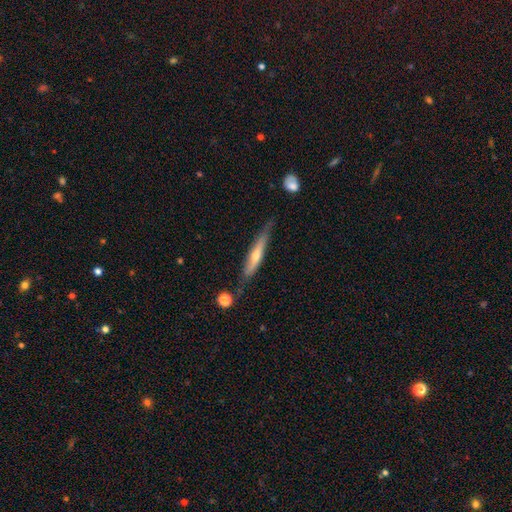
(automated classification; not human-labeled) A featured or disk galaxy (60%) viewed edge-on (88%) with a rounded central bulge (73%). Merging: none (73%).